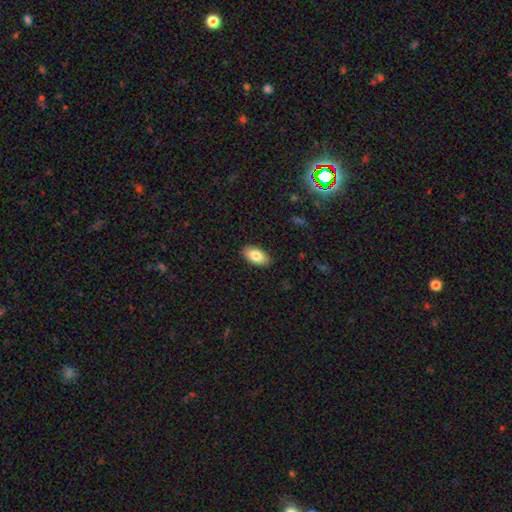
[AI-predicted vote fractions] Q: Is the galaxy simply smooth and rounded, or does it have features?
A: smooth — 82%.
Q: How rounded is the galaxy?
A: in between — 93%.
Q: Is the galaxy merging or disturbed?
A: none — 89%.